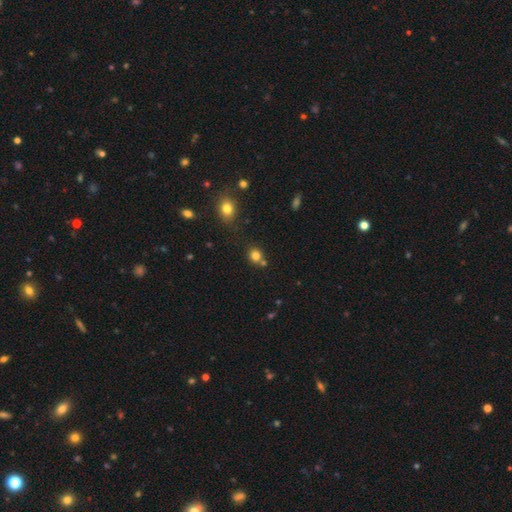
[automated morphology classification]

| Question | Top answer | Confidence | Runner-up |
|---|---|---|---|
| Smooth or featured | smooth | 80% | star or artifact (14%) |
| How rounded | round | 83% | in between (16%) |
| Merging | none | 67% | merger (19%) |